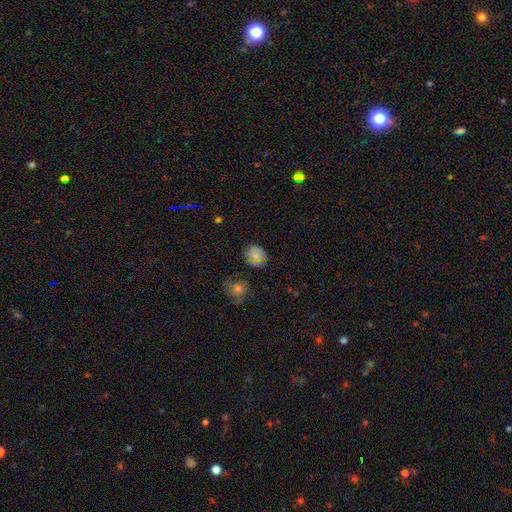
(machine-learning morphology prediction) This is likely a smooth galaxy (75%). How rounded: likely round (68%). Merging: clearly none (81%).